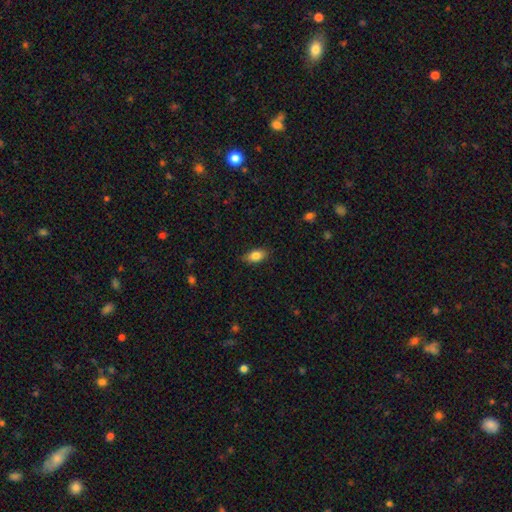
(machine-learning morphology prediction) smooth_or_featured: smooth (p=0.82) [alt: featured or disk p=0.10]
how_rounded: in between (p=0.88) [alt: cigar-shaped p=0.07]
merging: none (p=0.84) [alt: minor disturbance p=0.13]